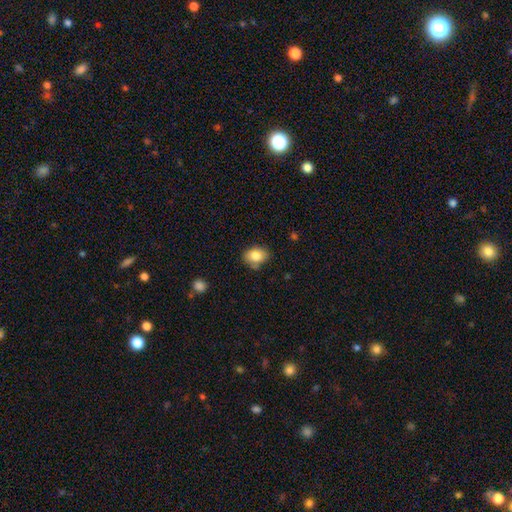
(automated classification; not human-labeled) The model was most divided on "how rounded": in between: 65%, round: 34%, cigar-shaped: 1%. More confident: smooth or featured — smooth (83%); merging — none (72%).